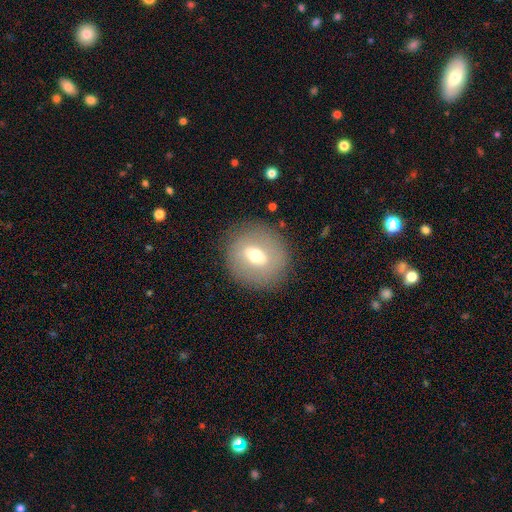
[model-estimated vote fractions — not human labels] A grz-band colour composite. It shows a smooth galaxy with no disk features (49%). Merging: none (84%).